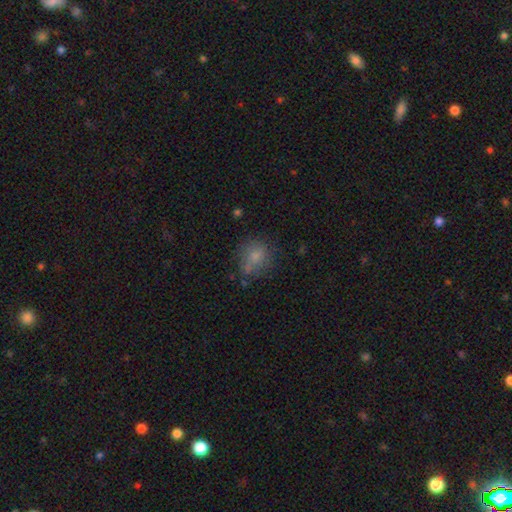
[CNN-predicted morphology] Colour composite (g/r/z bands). It shows a smooth galaxy with no disk features (74%) that is round (66%). Merging: none (59%).